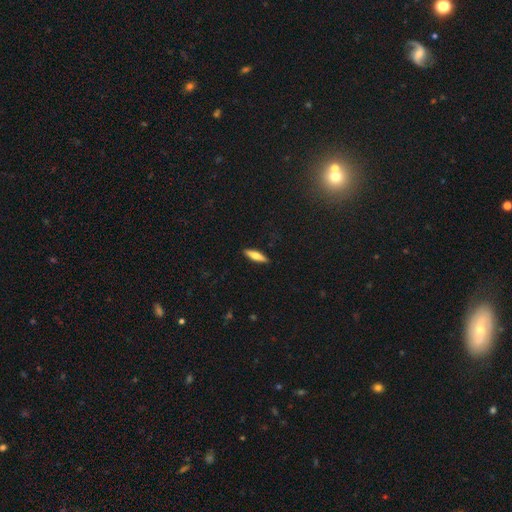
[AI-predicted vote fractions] A smooth galaxy with no disk features (62%) that is cigar-shaped (71%). Merging: none (90%).